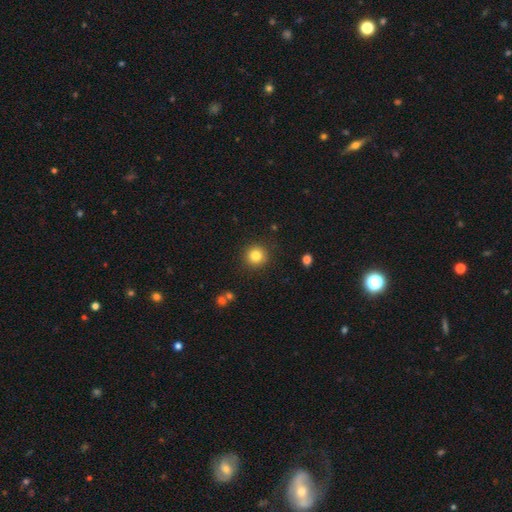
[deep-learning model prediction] Smooth or featured? smooth (82%)
How rounded? round (94%)
Merging? none (90%)